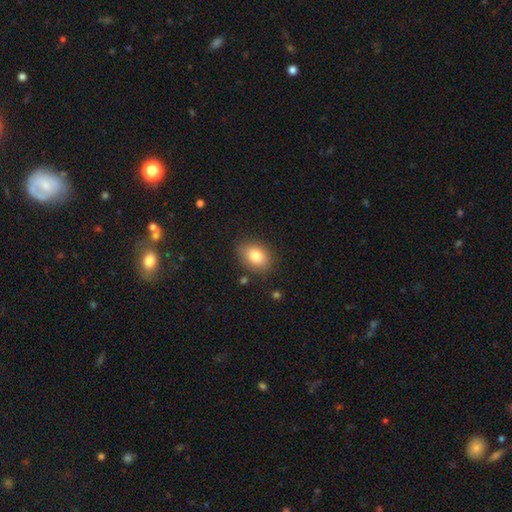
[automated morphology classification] The model was most divided on "how rounded": in between: 70%, round: 29%, cigar-shaped: 1%. More confident: merging — none (83%); smooth or featured — smooth (83%).